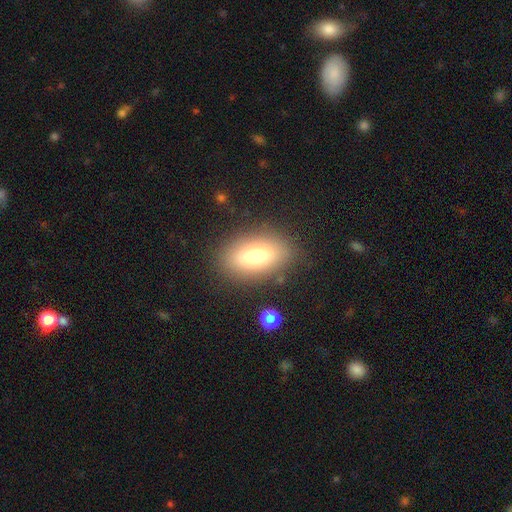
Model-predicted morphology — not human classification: smooth 77%, featured or disk 14%, star or artifact 9%. Down the decision tree: how rounded — in between (87%); merging — none (81%).